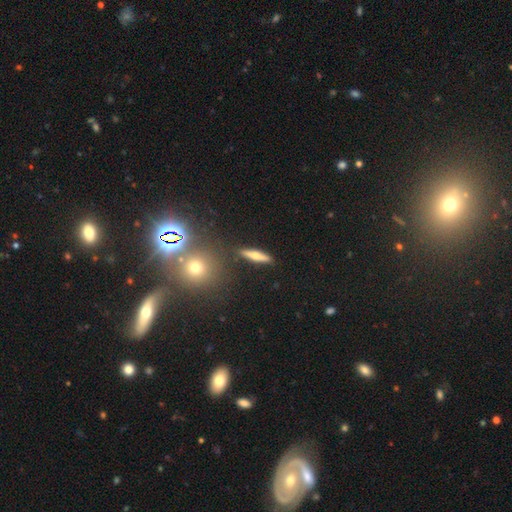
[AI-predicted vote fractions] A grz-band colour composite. It shows a smooth galaxy with no disk features (51%) that is cigar-shaped (79%). Merging: none (87%).